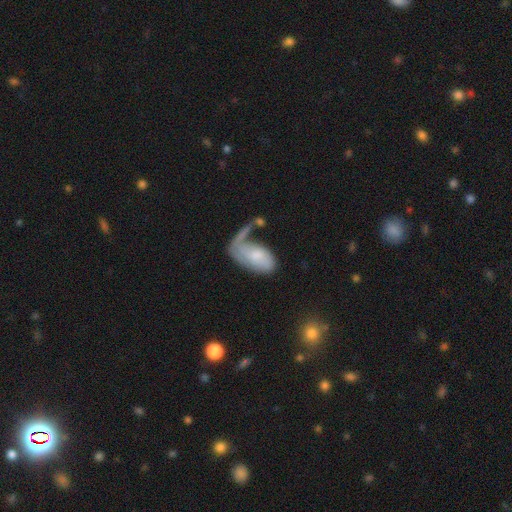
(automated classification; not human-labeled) Q: Smooth or featured?
A: smooth (48%); runner-up: featured or disk (45%)
Q: Merging?
A: major disturbance (33%); runner-up: none (30%)